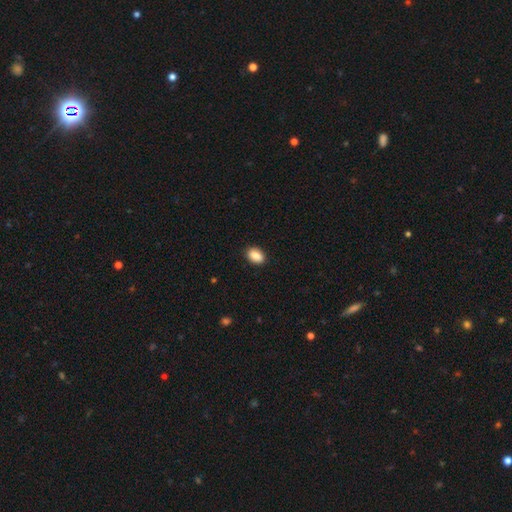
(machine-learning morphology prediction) Q: Smooth or featured?
A: smooth (88%); runner-up: star or artifact (8%)
Q: How rounded?
A: in between (80%); runner-up: round (18%)
Q: Merging?
A: none (89%); runner-up: minor disturbance (8%)